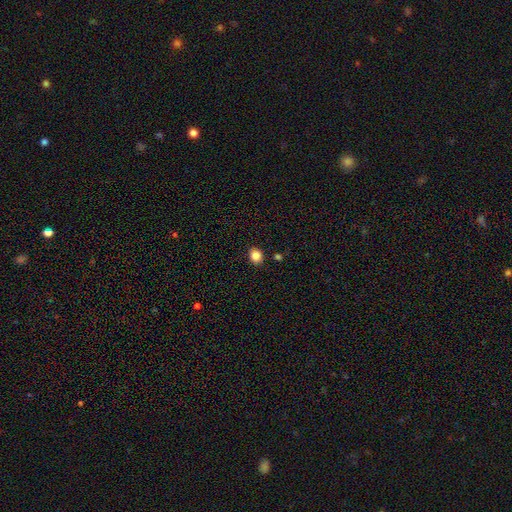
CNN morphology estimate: A smooth galaxy with no disk features (85%) that is round (66%). Merging: none (88%).